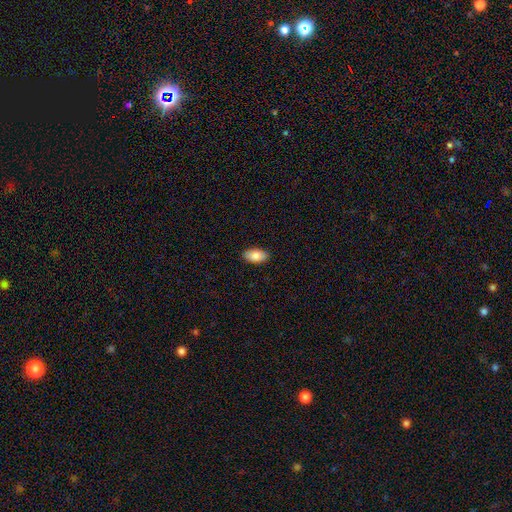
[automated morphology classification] smooth-or-featured: smooth: 85% | featured or disk: 8% | star or artifact: 7%
  how-rounded: in between: 94% | round: 3% | cigar-shaped: 3%
  merging: none: 89% | minor disturbance: 8% | major disturbance: 2% | merger: 1%